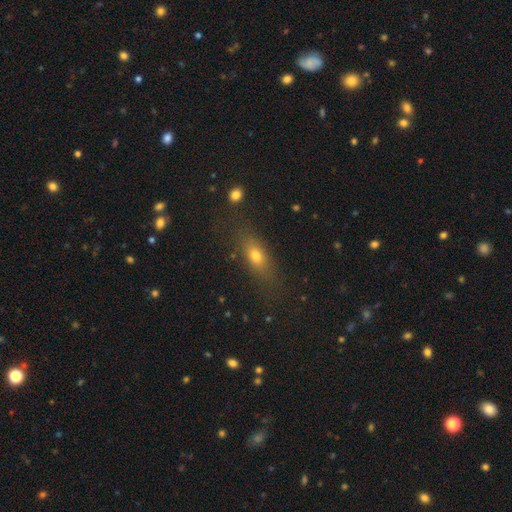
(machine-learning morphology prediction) Smooth or featured?
  - smooth: 70% *
  - featured or disk: 18%
  - star or artifact: 13%
How rounded?
  - in between: 65% *
  - cigar-shaped: 26%
  - round: 9%
Merging?
  - none: 77% *
  - minor disturbance: 14%
  - major disturbance: 6%
  - merger: 3%